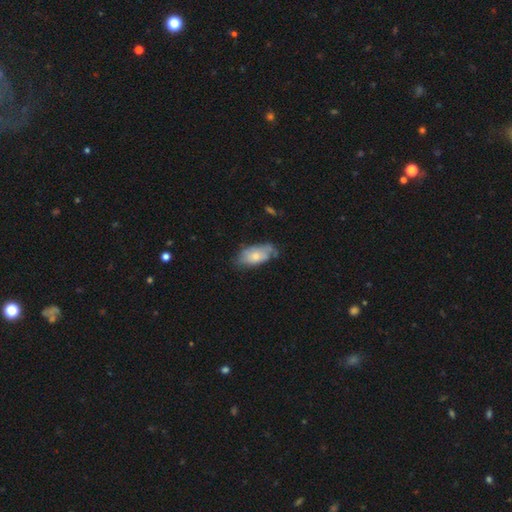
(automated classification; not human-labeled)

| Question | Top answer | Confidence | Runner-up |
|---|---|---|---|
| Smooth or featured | smooth | 63% | featured or disk (30%) |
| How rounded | in between | 91% | cigar-shaped (6%) |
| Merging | none | 48% | minor disturbance (36%) |